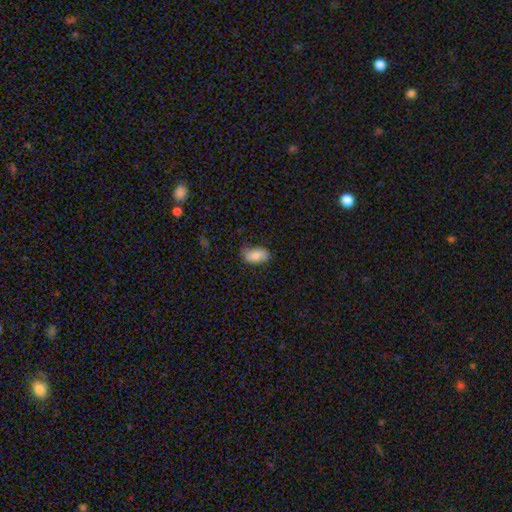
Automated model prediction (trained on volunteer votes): Smooth or featured?
  - smooth: 77% *
  - featured or disk: 16%
  - star or artifact: 7%
How rounded?
  - in between: 93% *
  - round: 4%
  - cigar-shaped: 2%
Merging?
  - none: 63% *
  - minor disturbance: 30%
  - major disturbance: 6%
  - merger: 1%